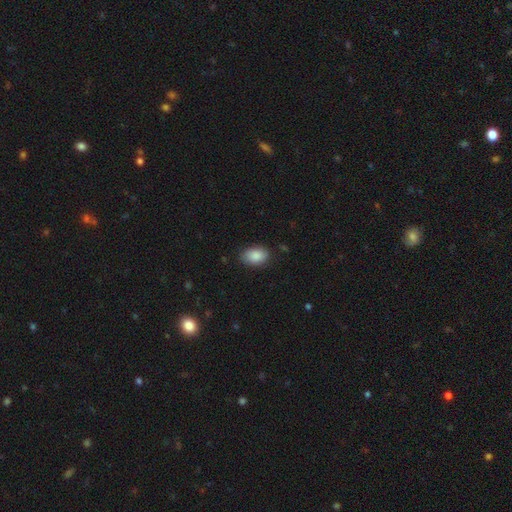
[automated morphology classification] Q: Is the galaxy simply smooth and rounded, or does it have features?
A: smooth — 88%.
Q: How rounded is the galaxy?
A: in between — 87%.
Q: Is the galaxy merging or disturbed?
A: none — 82%.